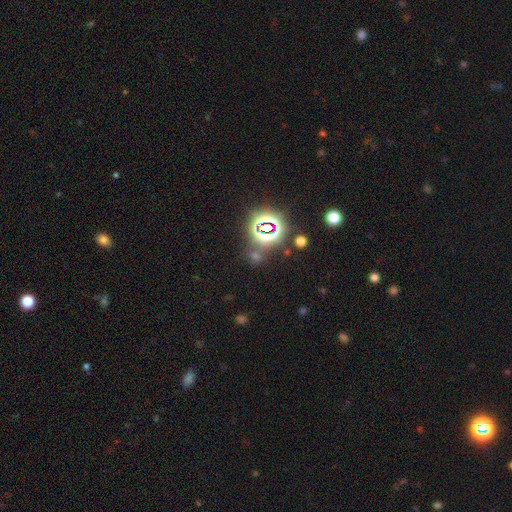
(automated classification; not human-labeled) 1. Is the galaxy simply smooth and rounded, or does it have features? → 68% star or artifact, 24% smooth, 7% featured or disk.